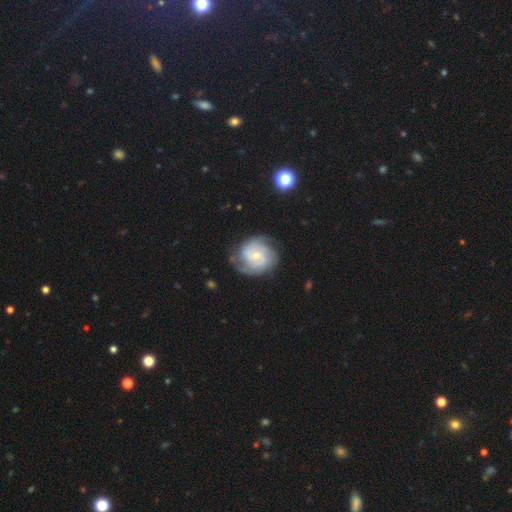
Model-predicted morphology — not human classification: The model was most divided on "spiral winding": tight: 55%, medium: 36%, loose: 9%. Remaining: edge-on disk — no (98%); spiral arms — yes (96%); smooth or featured — featured or disk (81%); merging — none (74%); bulge size — small (68%); bar — no (59%); spiral arm count — 2 (41%).